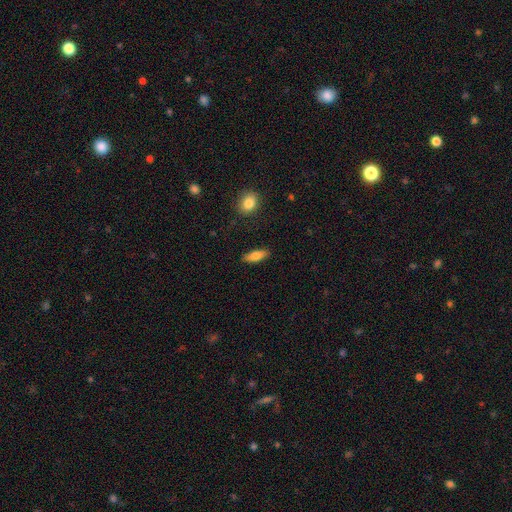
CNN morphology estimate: type=smooth (78%); roundness=in between (67%); merging=none (87%).